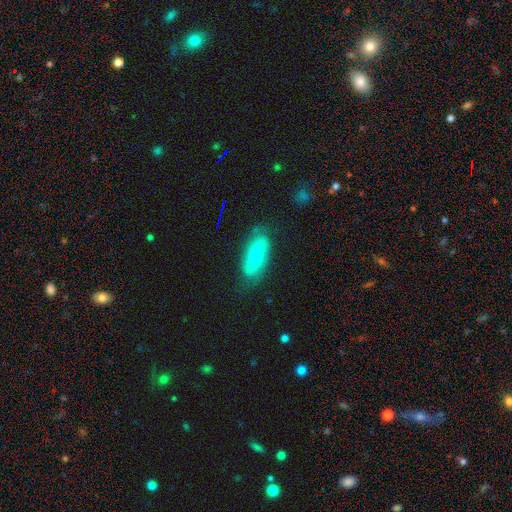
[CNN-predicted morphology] smooth-or-featured: smooth: 54% | featured or disk: 39% | star or artifact: 8%
  how-rounded: in between: 87% | cigar-shaped: 9% | round: 4%
  merging: none: 74% | minor disturbance: 19% | major disturbance: 5% | merger: 2%